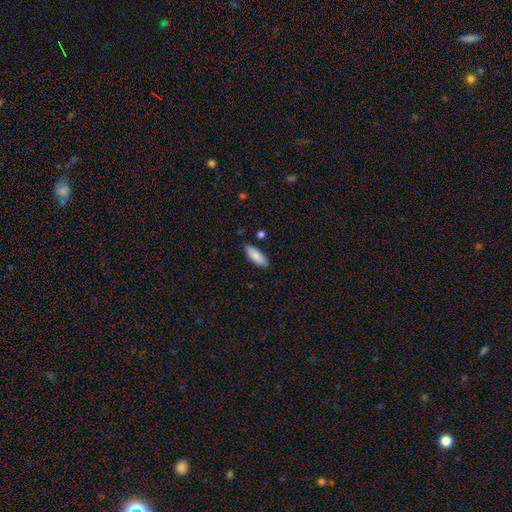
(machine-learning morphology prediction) Overall: smooth (86%). How rounded: in between (73%). Merging: none (84%).